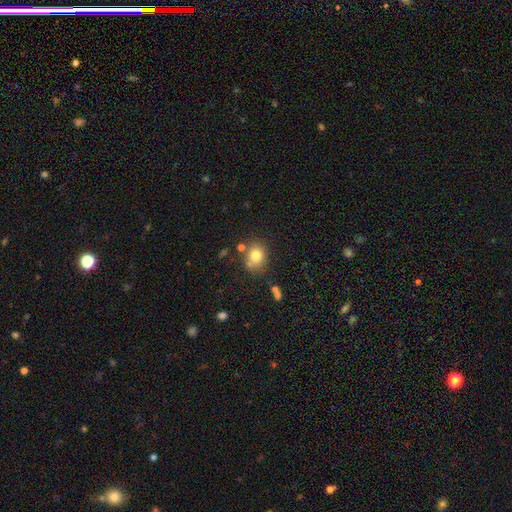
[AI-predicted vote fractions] smooth 79%, star or artifact 11%, featured or disk 10%. Down the decision tree: how rounded — round (63%); merging — none (71%).